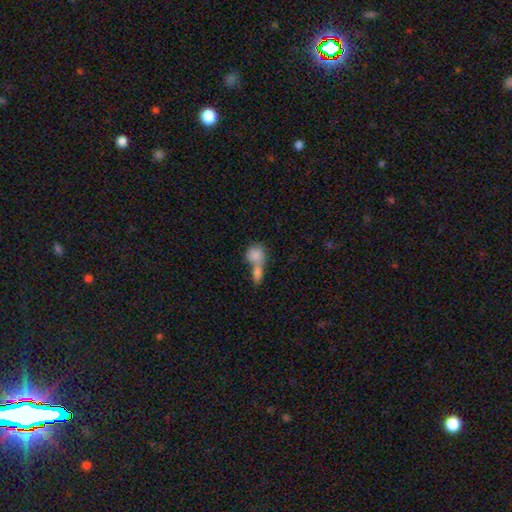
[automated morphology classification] smooth-or-featured: smooth: 82% | featured or disk: 11% | star or artifact: 7%
  how-rounded: round: 57% | in between: 40% | cigar-shaped: 3%
  merging: merger: 68% | none: 21% | minor disturbance: 7% | major disturbance: 5%